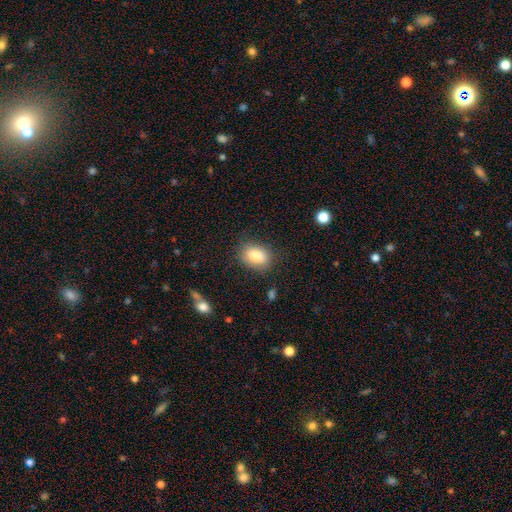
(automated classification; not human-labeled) smooth_or_featured: smooth (p=0.84) [alt: star or artifact p=0.08]
how_rounded: in between (p=0.80) [alt: round p=0.18]
merging: none (p=0.81) [alt: minor disturbance p=0.14]